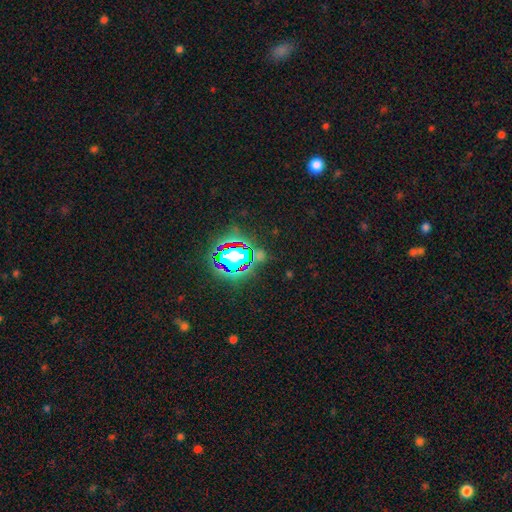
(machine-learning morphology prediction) Q: Smooth or featured?
A: star or artifact (76%); runner-up: smooth (14%)